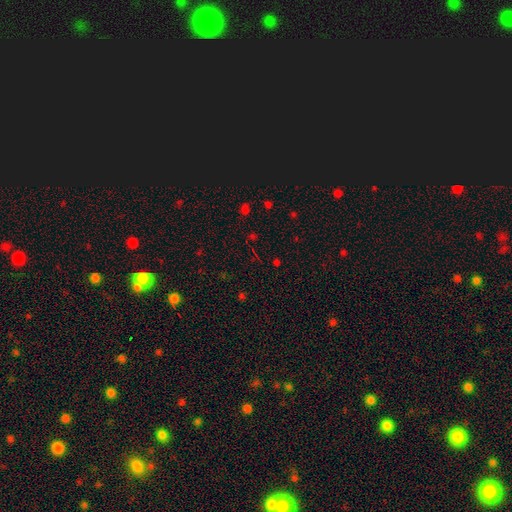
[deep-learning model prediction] A star or artifact, not a galaxy (65%).